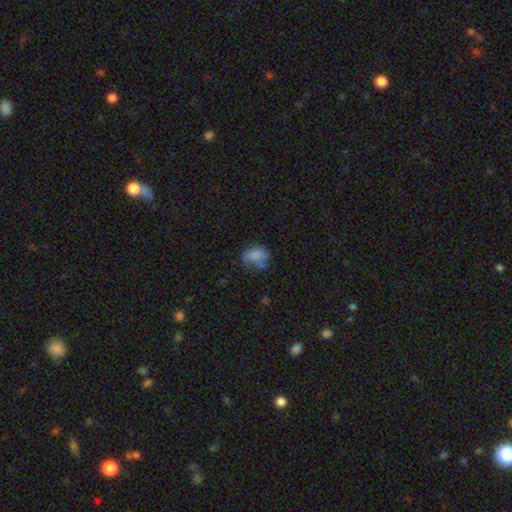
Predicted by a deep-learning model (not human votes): This appears to be a smooth galaxy with no disk features (76%) that is in between round and cigar-shaped (66%). Merging: none (44%).